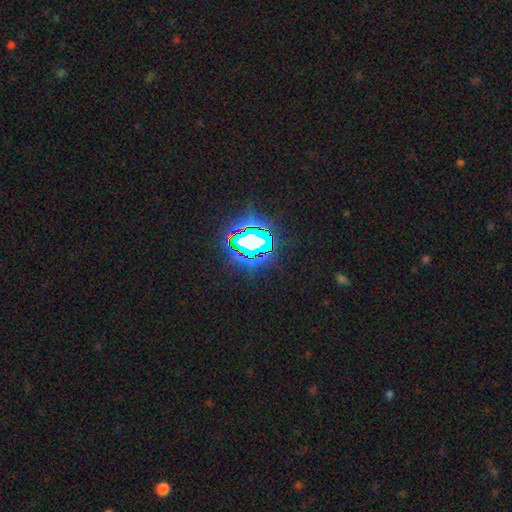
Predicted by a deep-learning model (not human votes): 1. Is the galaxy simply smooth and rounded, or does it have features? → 83% star or artifact, 10% smooth, 6% featured or disk.